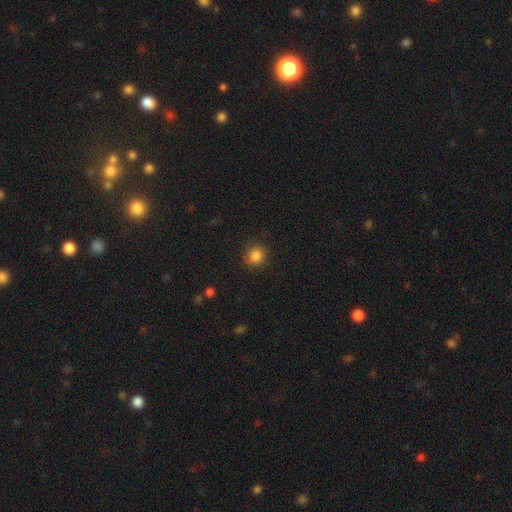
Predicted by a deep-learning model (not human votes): smooth-or-featured: smooth: 83% | star or artifact: 11% | featured or disk: 6%
  how-rounded: round: 86% | in between: 14% | cigar-shaped: 1%
  merging: none: 74% | minor disturbance: 18% | major disturbance: 6% | merger: 2%